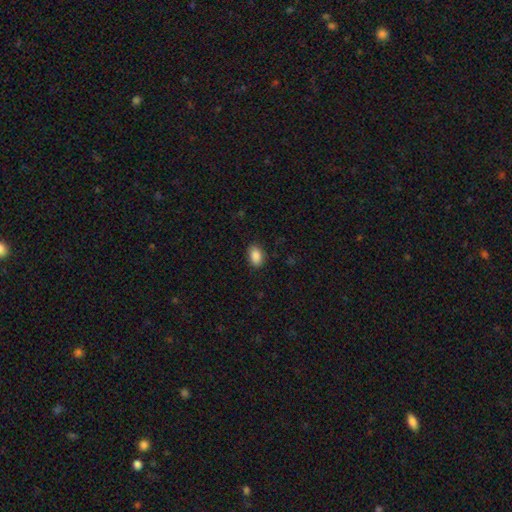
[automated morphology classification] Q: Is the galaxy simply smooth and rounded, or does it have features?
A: smooth — 89%.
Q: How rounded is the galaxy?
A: in between — 88%.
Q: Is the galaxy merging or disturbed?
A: none — 87%.